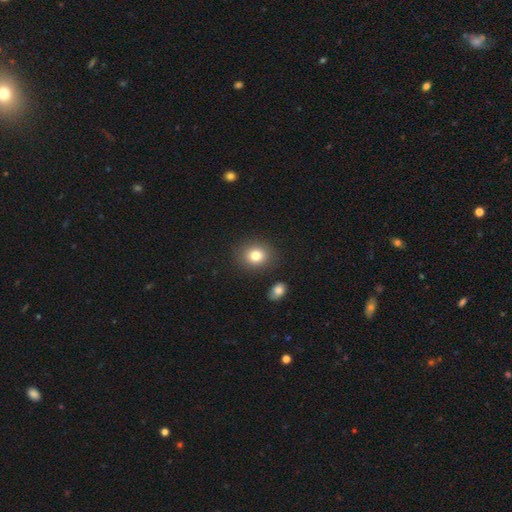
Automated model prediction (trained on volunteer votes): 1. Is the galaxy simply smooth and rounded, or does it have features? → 81% smooth, 11% star or artifact, 9% featured or disk.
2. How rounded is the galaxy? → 67% round, 32% in between, 1% cigar-shaped.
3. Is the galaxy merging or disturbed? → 85% none, 9% minor disturbance, 4% merger, 3% major disturbance.